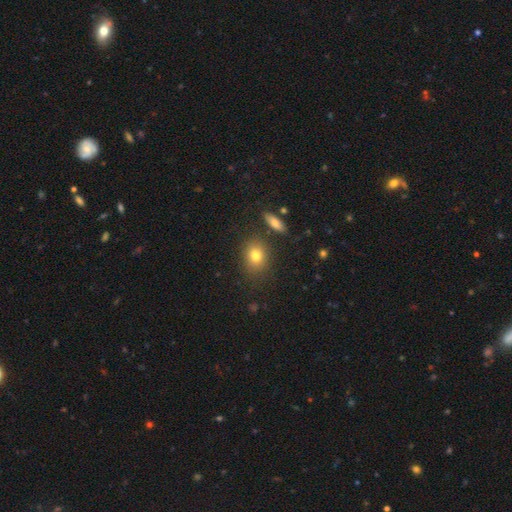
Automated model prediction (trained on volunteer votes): This is likely a smooth galaxy (77%). How rounded: possibly in between (52%). Merging: clearly none (81%).